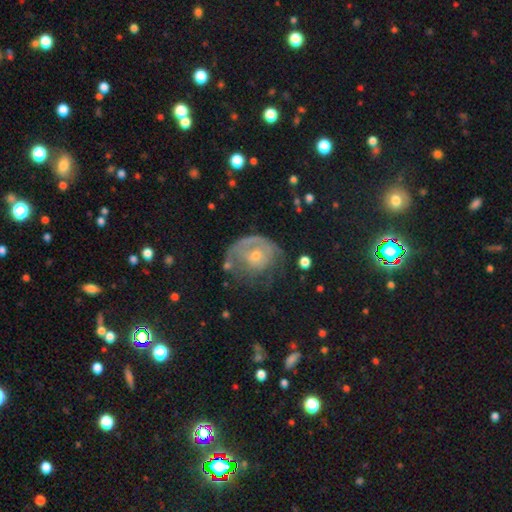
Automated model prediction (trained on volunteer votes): Q: Smooth or featured?
A: featured or disk (58%); runner-up: smooth (29%)
Q: Edge-on disk?
A: no (96%); runner-up: yes (4%)
Q: Bar?
A: no (83%); runner-up: weak (14%)
Q: Spiral arms?
A: yes (58%); runner-up: no (42%)
Q: Bulge size?
A: small (62%); runner-up: moderate (32%)
Q: Merging?
A: none (44%); runner-up: major disturbance (28%)